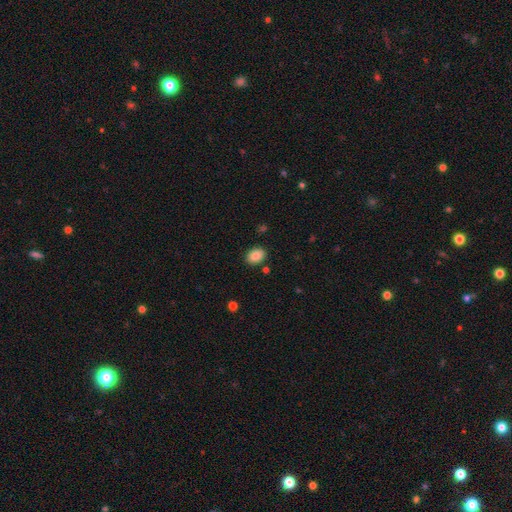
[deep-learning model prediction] This appears to be a smooth galaxy with no disk features (86%) that is in between round and cigar-shaped (73%). Merging: none (87%).